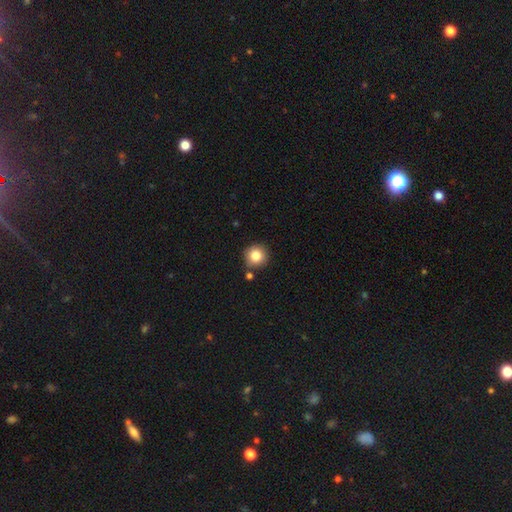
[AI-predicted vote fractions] Smooth or featured: smooth — 83% (star or artifact — 11%)
How rounded: round — 94% (in between — 5%)
Merging: none — 82% (minor disturbance — 9%)